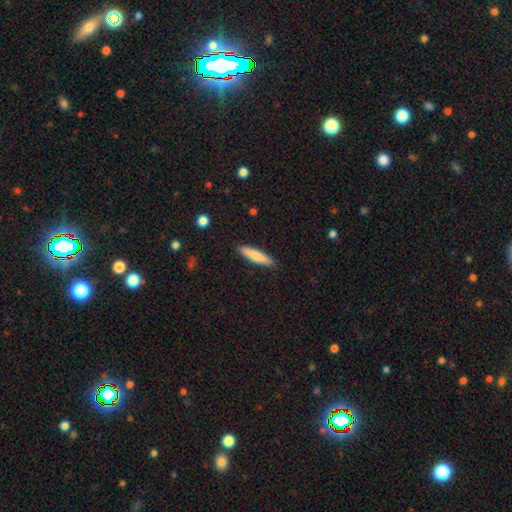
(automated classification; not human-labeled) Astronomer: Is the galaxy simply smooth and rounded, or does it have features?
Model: smooth — 75%.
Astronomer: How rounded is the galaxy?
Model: cigar-shaped — 81%.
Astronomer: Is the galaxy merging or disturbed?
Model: none — 89%.